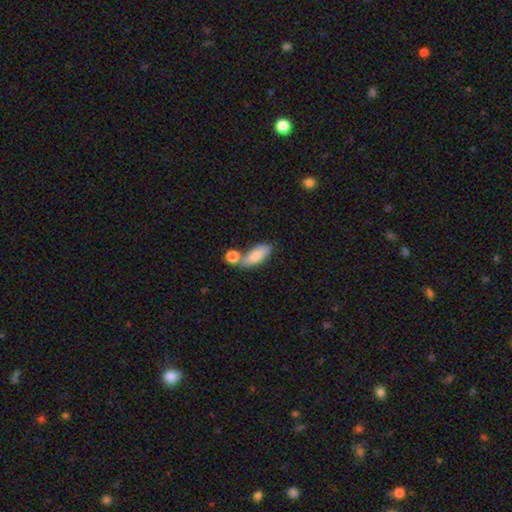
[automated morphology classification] This appears to be a smooth galaxy with no disk features (81%) that is in between round and cigar-shaped (76%). Merging: none (46%).